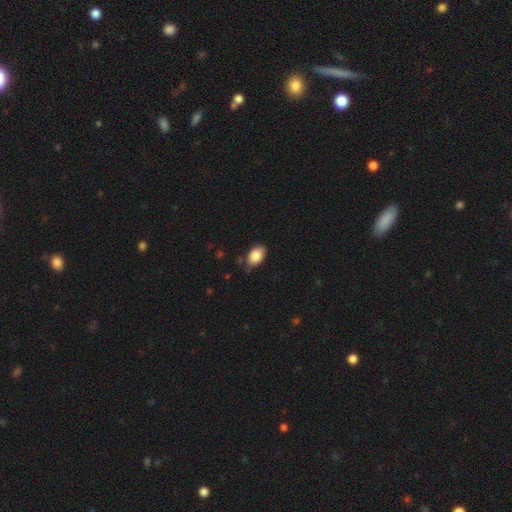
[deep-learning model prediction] smooth 85%, featured or disk 8%, star or artifact 7%. Down the decision tree: how rounded — in between (90%); merging — none (76%).